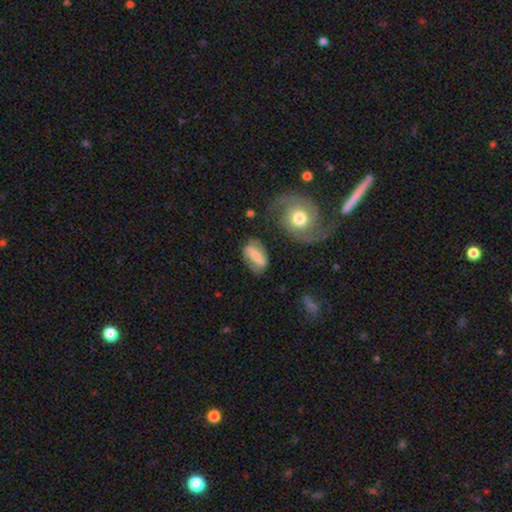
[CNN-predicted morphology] Q: Smooth or featured?
A: featured or disk (50%); runner-up: smooth (42%)
Q: Edge-on disk?
A: no (93%); runner-up: yes (7%)
Q: Merging?
A: none (65%); runner-up: minor disturbance (21%)